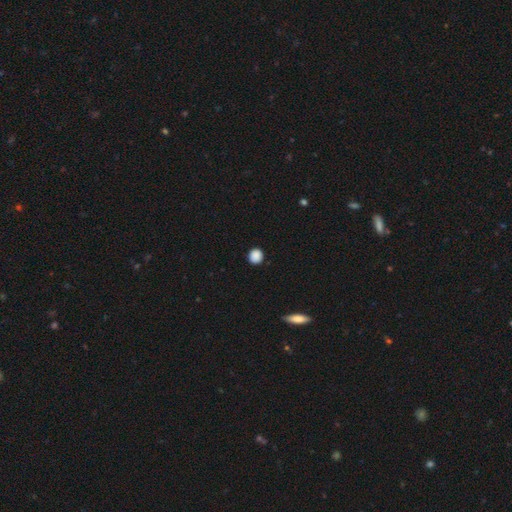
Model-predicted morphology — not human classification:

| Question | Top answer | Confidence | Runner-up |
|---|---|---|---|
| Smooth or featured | smooth | 88% | star or artifact (9%) |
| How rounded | round | 90% | in between (9%) |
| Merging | none | 91% | minor disturbance (6%) |